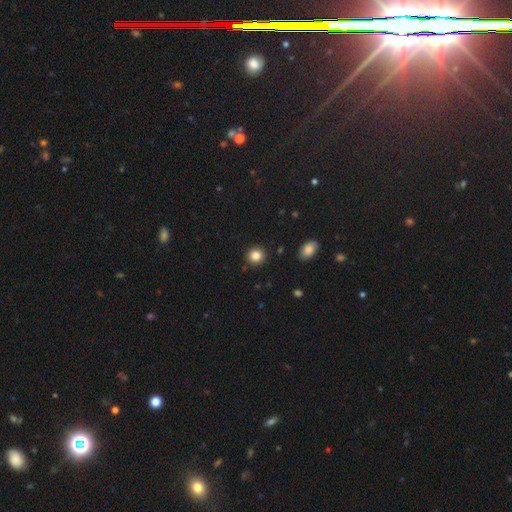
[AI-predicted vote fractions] smooth-or-featured: smooth: 85% | star or artifact: 10% | featured or disk: 5%
  how-rounded: round: 88% | in between: 11% | cigar-shaped: 1%
  merging: none: 90% | minor disturbance: 6% | merger: 2% | major disturbance: 2%